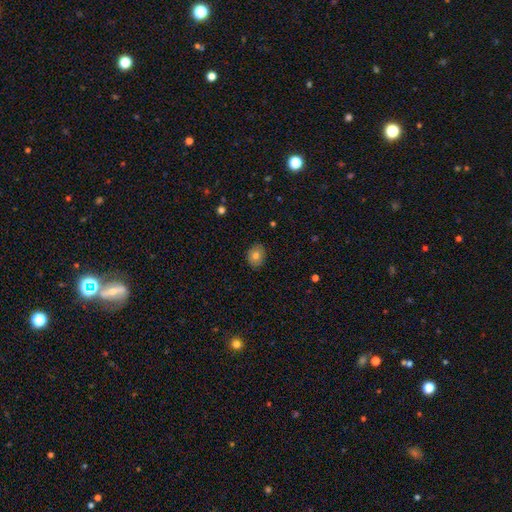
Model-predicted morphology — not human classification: smooth-or-featured: smooth: 78% | featured or disk: 13% | star or artifact: 9%
  how-rounded: round: 54% | in between: 45% | cigar-shaped: 1%
  merging: none: 87% | minor disturbance: 10% | major disturbance: 2% | merger: 1%